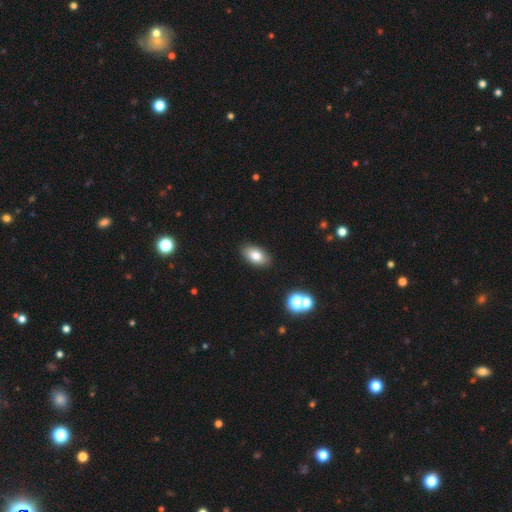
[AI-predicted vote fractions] Morphology: type=smooth (81%); roundness=in between (92%); merging=none (88%).